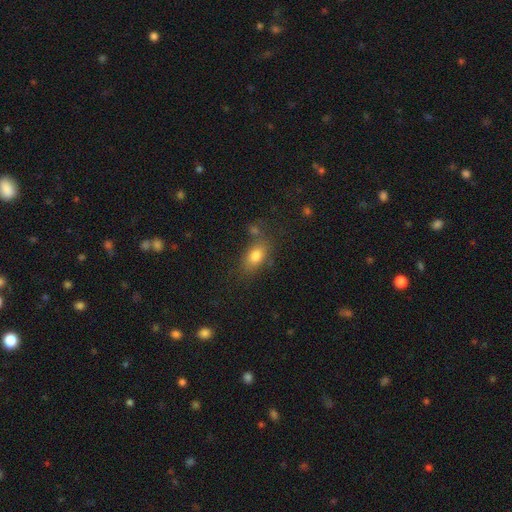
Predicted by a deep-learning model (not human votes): This is likely a smooth galaxy (79%). How rounded: clearly in between (82%). Merging: likely none (66%).